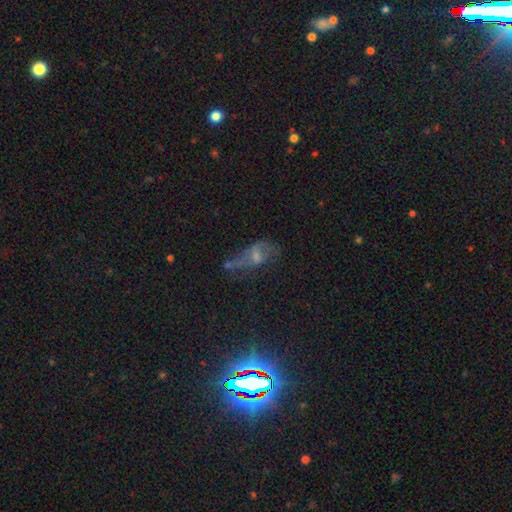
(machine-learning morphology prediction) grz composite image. It shows a featured or disk galaxy (47%). Merging: none (37%).